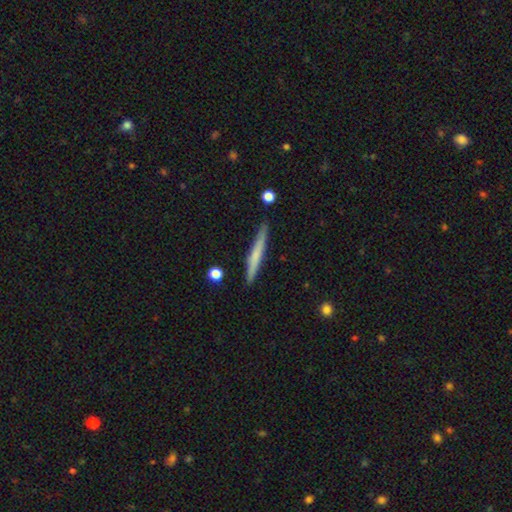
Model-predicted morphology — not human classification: This appears to be a smooth galaxy with no disk features (58%) that is cigar-shaped (96%). Merging: none (88%).